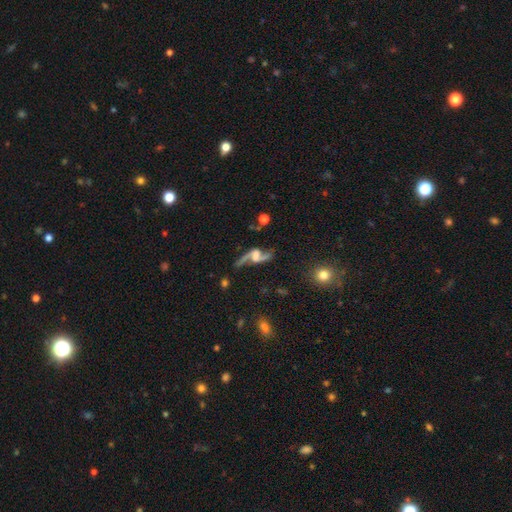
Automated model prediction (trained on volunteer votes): Morphology: type=featured or disk (84%); edge-on=no (92%); bar=weak (43%); spiral arms=yes (94%); winding=loose (87%); arm count=2 (92%); bulge=none (32%); merging=none (60%).